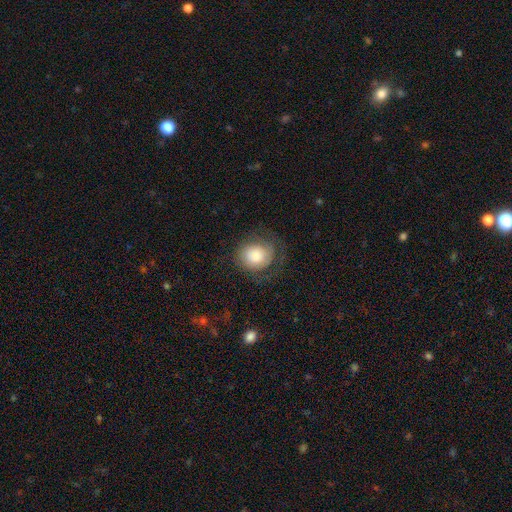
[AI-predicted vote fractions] Smooth or featured? smooth (65%)
How rounded? round (74%)
Merging? none (65%)